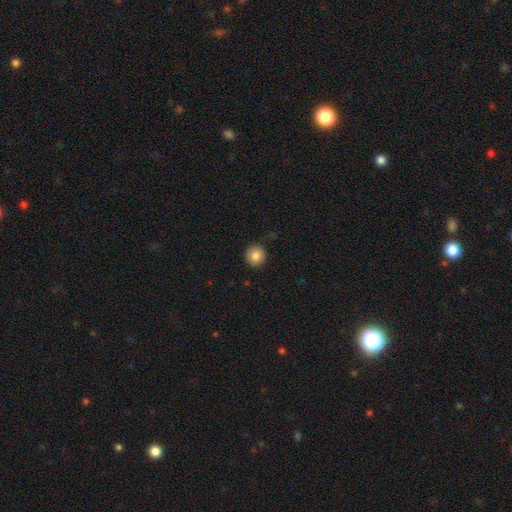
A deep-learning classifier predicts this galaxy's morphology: Smooth or featured? Predicted: smooth (p=0.83). How rounded? Predicted: round (p=0.92). Merging? Predicted: none (p=0.88).